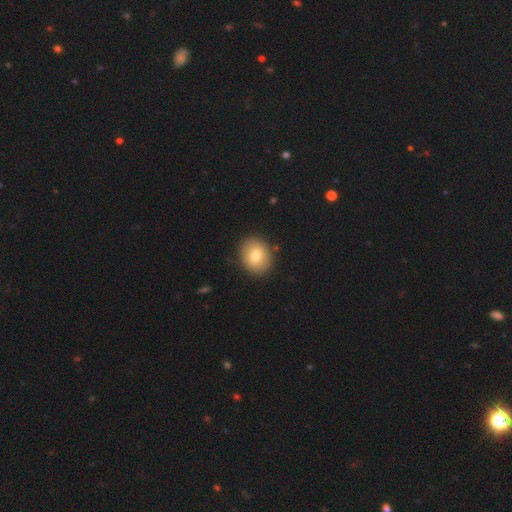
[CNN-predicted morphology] Overall: smooth (76%). How rounded: round (70%). Merging: none (89%).